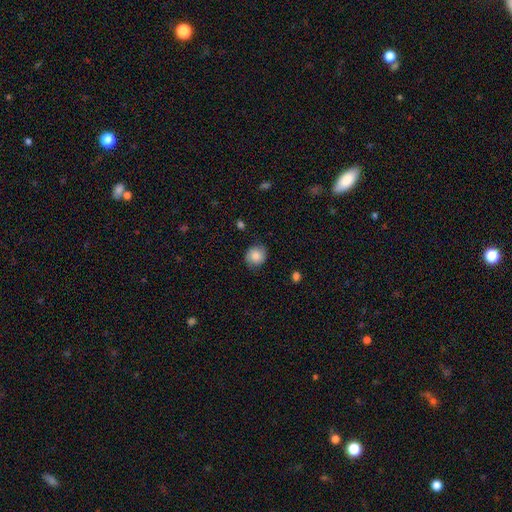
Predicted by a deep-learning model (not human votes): Overall: smooth (71%). How rounded: round (83%). Merging: none (78%).